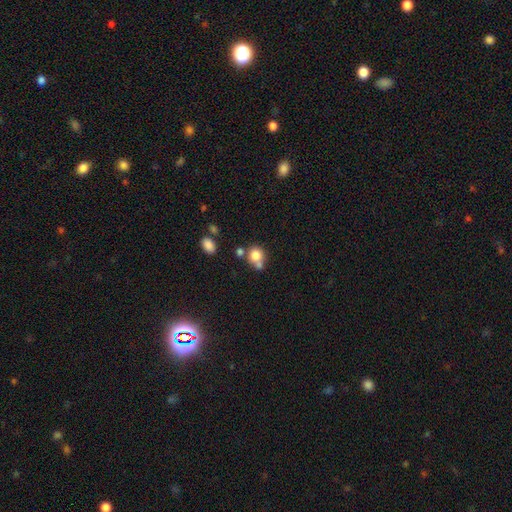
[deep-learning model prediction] Smooth or featured? smooth (80%)
How rounded? round (77%)
Merging? none (45%)